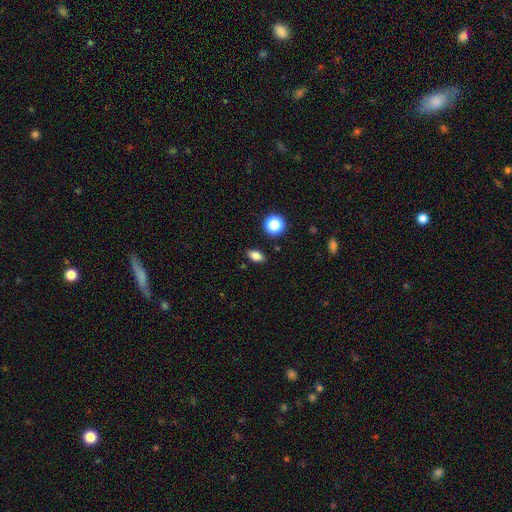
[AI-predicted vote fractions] The model was most divided on "how rounded": in between: 82%, round: 14%, cigar-shaped: 4%. More confident: merging — none (87%); smooth or featured — smooth (82%).